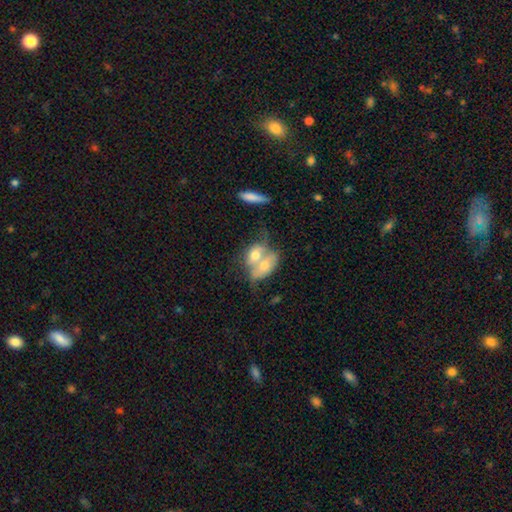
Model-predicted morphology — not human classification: This is possibly a smooth galaxy (60%). How rounded: likely in between (76%). Merging: likely merger (74%).